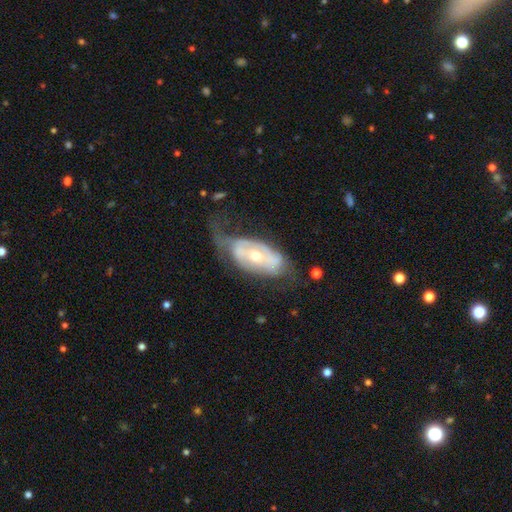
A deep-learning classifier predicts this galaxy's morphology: Smooth or featured? Predicted: featured or disk (p=0.73). Edge-on disk? Predicted: no (p=0.90). Bar? Predicted: no (p=0.63). Spiral arms? Predicted: yes (p=0.63). Bulge size? Predicted: moderate (p=0.54). Merging? Predicted: none (p=0.35).